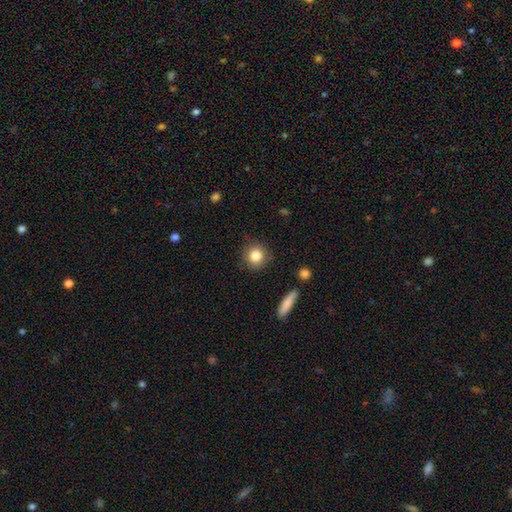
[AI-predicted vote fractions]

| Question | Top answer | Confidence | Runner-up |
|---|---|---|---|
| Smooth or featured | smooth | 84% | star or artifact (8%) |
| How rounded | round | 91% | in between (8%) |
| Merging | none | 86% | minor disturbance (9%) |